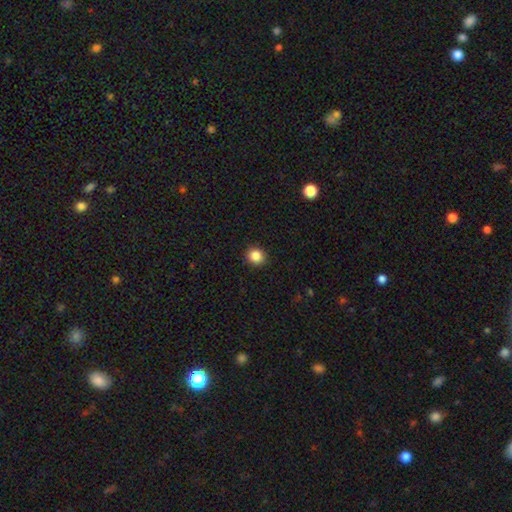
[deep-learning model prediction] Smooth or featured? Predicted: smooth (p=0.86). How rounded? Predicted: round (p=0.88). Merging? Predicted: none (p=0.92).